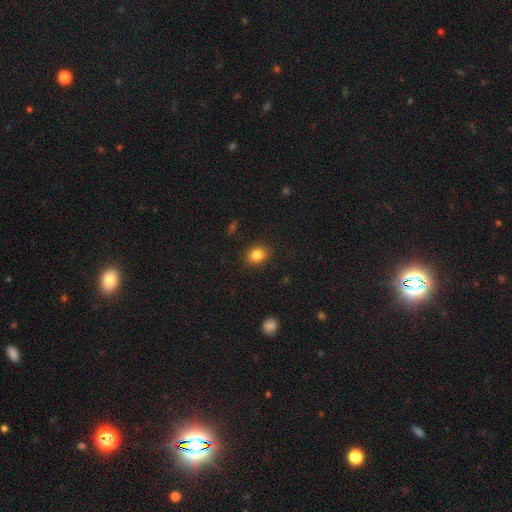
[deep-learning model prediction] This appears to be a smooth galaxy with no disk features (84%) that is round (50%). Merging: none (89%).